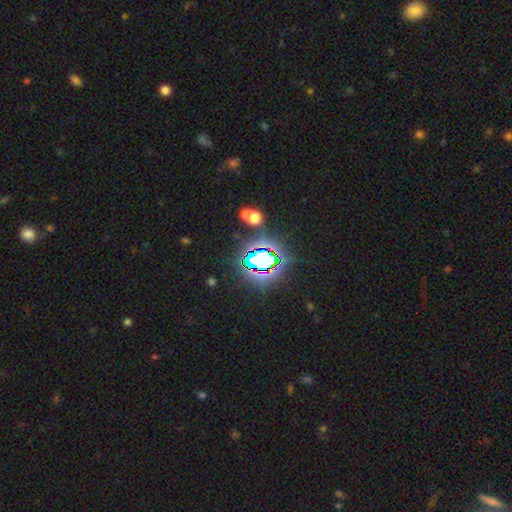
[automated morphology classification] type=star or artifact (75%).